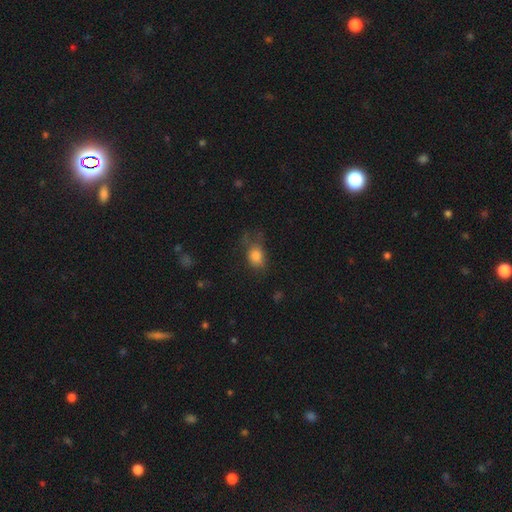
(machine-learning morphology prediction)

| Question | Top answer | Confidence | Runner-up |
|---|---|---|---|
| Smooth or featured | smooth | 79% | star or artifact (11%) |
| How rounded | in between | 63% | round (36%) |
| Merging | none | 42% | minor disturbance (30%) |